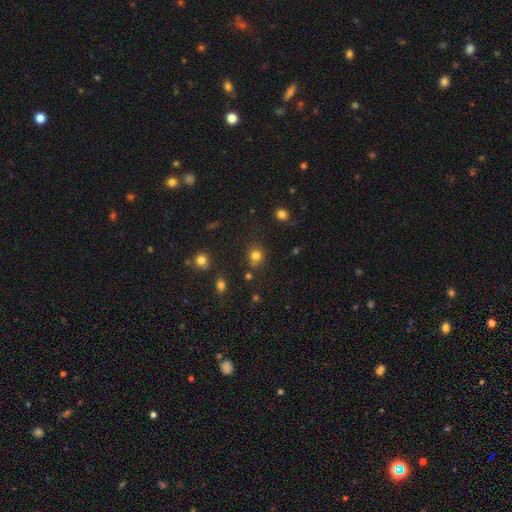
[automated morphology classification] The model was most divided on "merging": none: 71%, minor disturbance: 15%, merger: 10%, major disturbance: 4%. More confident: how rounded — round (79%); smooth or featured — smooth (79%).